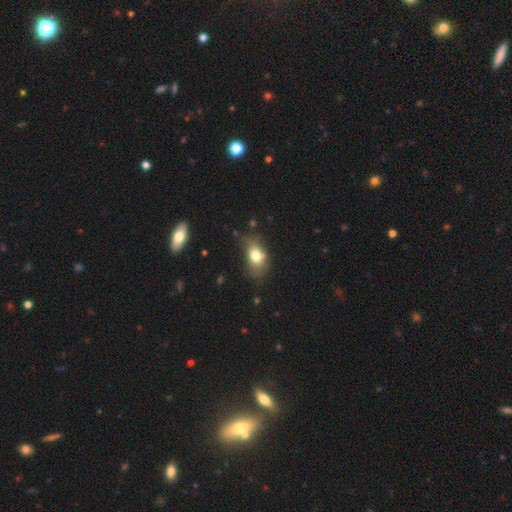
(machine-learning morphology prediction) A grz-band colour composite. It shows a smooth galaxy with no disk features (74%) that is in between round and cigar-shaped (82%). Merging: none (59%).